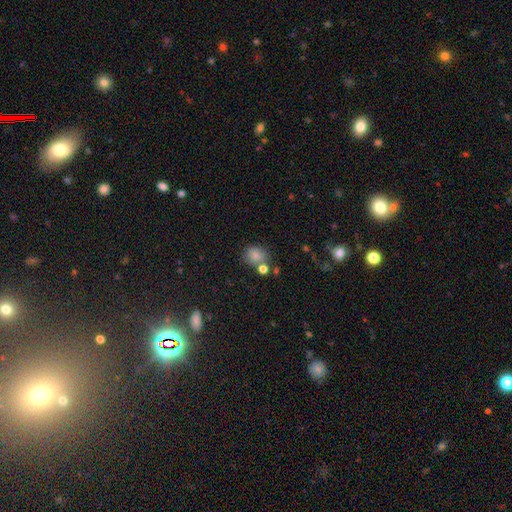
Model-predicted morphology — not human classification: smooth_or_featured: smooth (p=0.80) [alt: star or artifact p=0.11]
how_rounded: round (p=0.72) [alt: in between p=0.27]
merging: none (p=0.63) [alt: merger p=0.17]